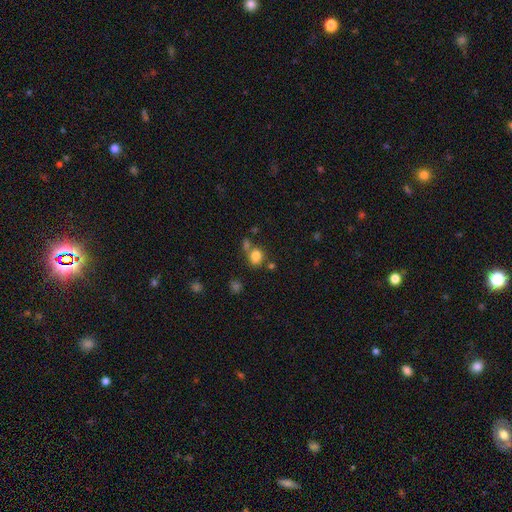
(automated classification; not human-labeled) Smooth or featured? smooth (80%)
How rounded? round (63%)
Merging? none (55%)